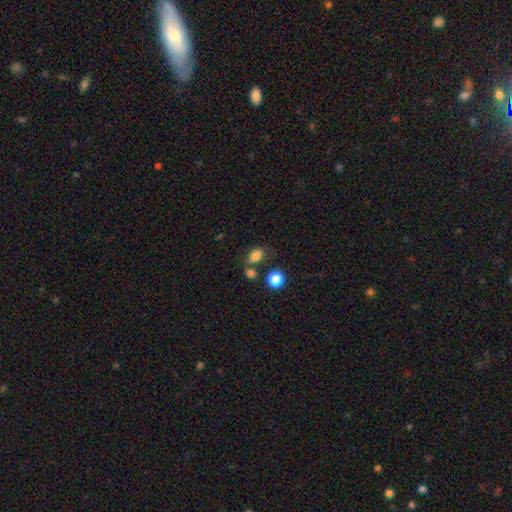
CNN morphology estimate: This is clearly a smooth galaxy (82%). How rounded: likely in between (76%). Merging: possibly none (60%).